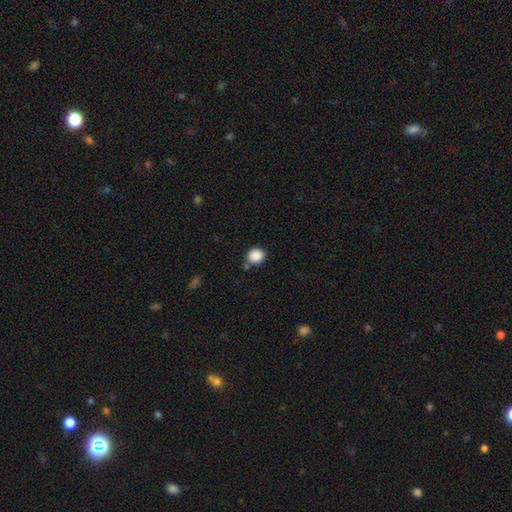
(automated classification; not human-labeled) Overall: smooth (88%). How rounded: round (86%). Merging: none (77%).